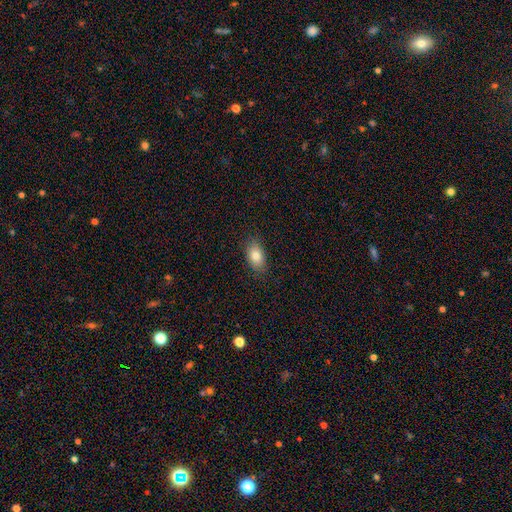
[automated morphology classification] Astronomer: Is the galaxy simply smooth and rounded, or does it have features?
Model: smooth — 82%.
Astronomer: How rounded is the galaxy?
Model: in between — 89%.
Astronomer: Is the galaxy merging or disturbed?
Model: none — 86%.